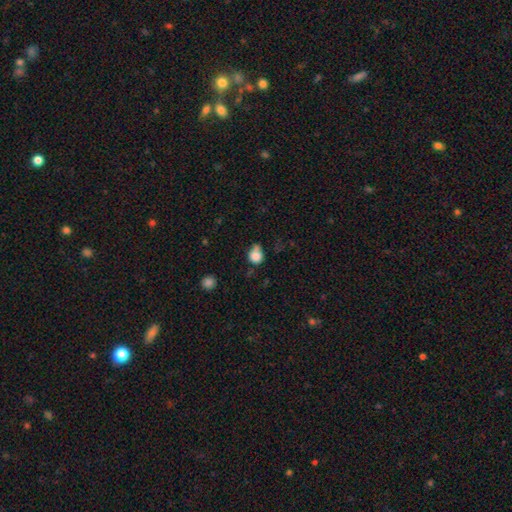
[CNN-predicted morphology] type=smooth (82%); roundness=round (76%); merging=none (48%).